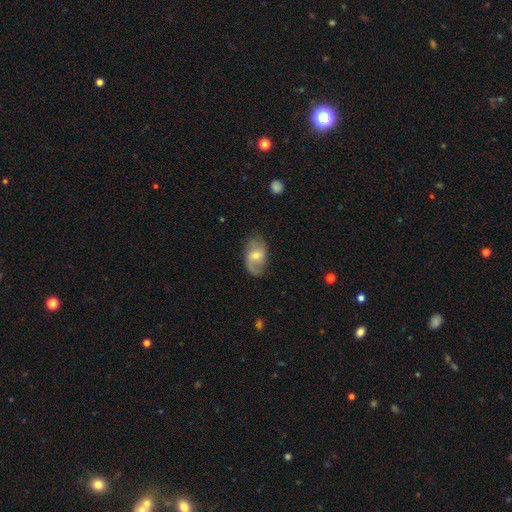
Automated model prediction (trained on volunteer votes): Morphology: type=featured or disk (60%); edge-on=no (95%); bar=no (45%, tied with weak); spiral arms=yes (85%); bulge=moderate (53%); merging=none (72%).